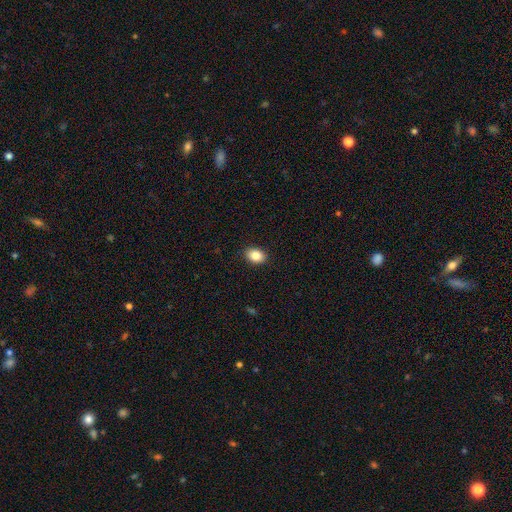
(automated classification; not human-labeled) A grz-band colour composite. It shows a smooth galaxy with no disk features (86%) that is in between round and cigar-shaped (80%). Merging: none (90%).